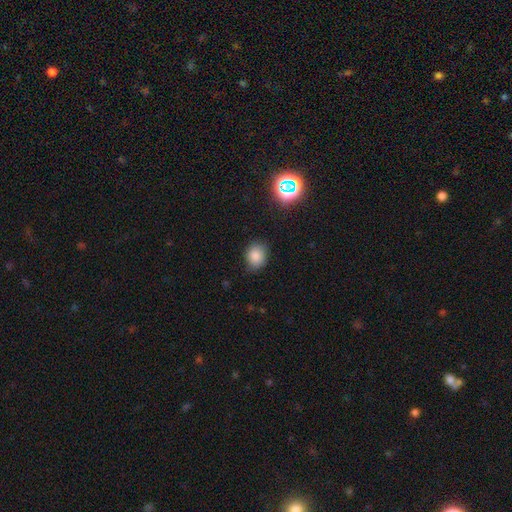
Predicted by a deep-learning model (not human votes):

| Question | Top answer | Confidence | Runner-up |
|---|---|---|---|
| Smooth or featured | smooth | 83% | star or artifact (12%) |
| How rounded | round | 57% | in between (42%) |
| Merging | none | 80% | minor disturbance (16%) |